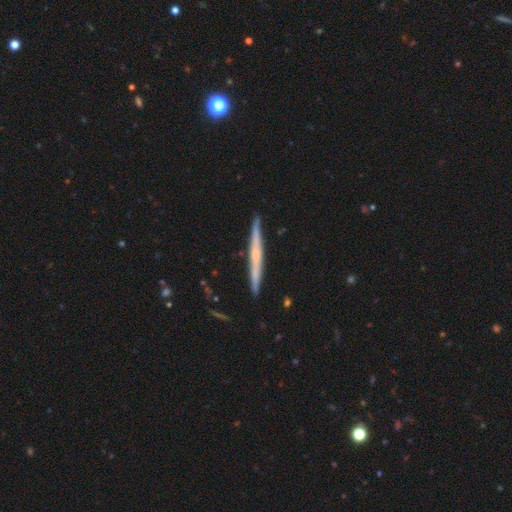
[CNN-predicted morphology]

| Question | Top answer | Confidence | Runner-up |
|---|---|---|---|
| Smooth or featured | featured or disk | 60% | smooth (34%) |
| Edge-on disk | yes | 98% | no (2%) |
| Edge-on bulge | none | 59% | rounded (32%) |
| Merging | none | 90% | minor disturbance (7%) |